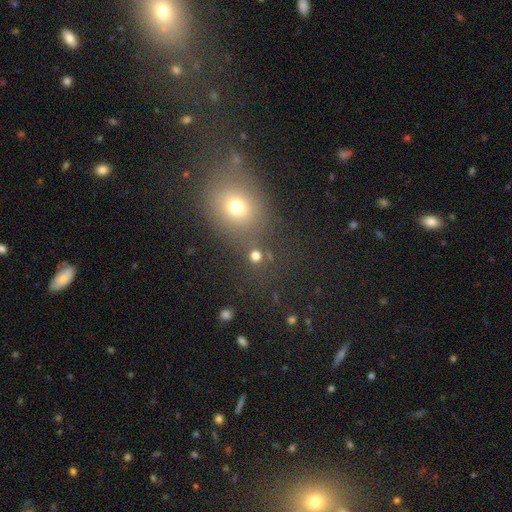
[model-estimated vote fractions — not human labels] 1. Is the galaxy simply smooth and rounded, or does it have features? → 73% smooth, 21% star or artifact, 7% featured or disk.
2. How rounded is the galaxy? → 87% round, 12% in between, 1% cigar-shaped.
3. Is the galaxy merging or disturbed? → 73% none, 15% merger, 7% minor disturbance, 4% major disturbance.